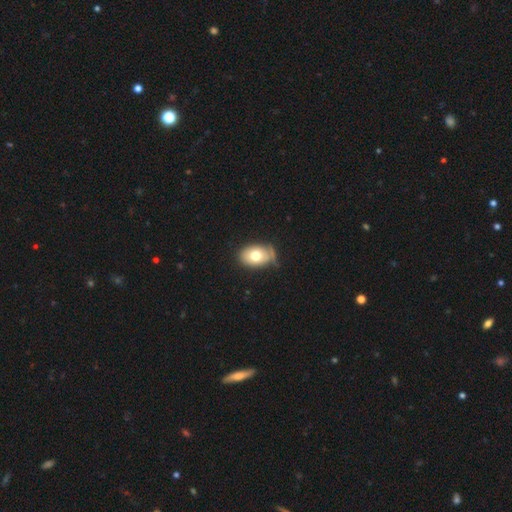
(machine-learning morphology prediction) This appears to be a smooth galaxy with no disk features (70%) that is in between round and cigar-shaped (79%). Merging: none (57%).